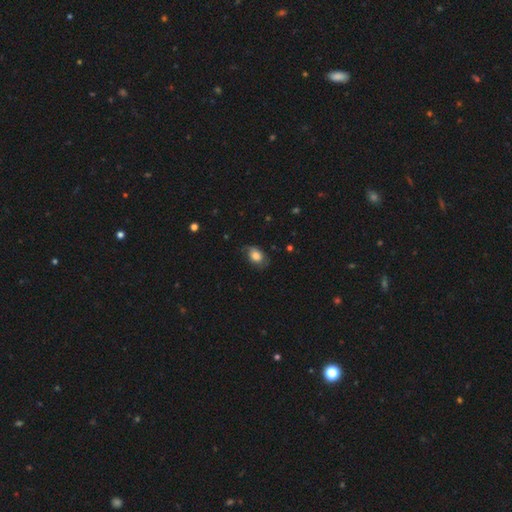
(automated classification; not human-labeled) Smooth or featured?
  - smooth: 70% *
  - featured or disk: 22%
  - star or artifact: 8%
How rounded?
  - in between: 73% *
  - round: 25%
  - cigar-shaped: 1%
Merging?
  - none: 59% *
  - minor disturbance: 29%
  - major disturbance: 11%
  - merger: 1%